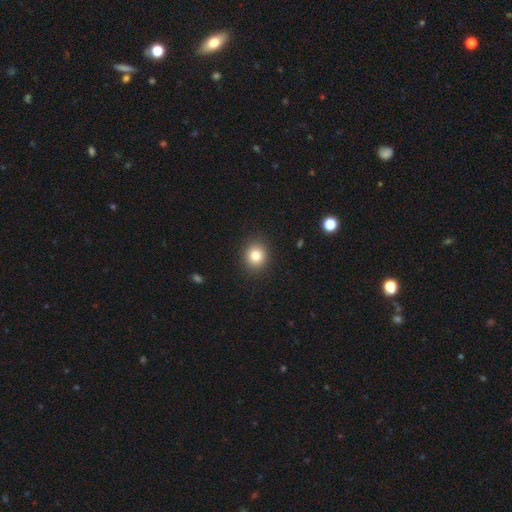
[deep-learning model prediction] Smooth or featured?
  - smooth: 81% *
  - star or artifact: 11%
  - featured or disk: 7%
How rounded?
  - round: 81% *
  - in between: 18%
  - cigar-shaped: 1%
Merging?
  - none: 90% *
  - minor disturbance: 6%
  - major disturbance: 2%
  - merger: 1%